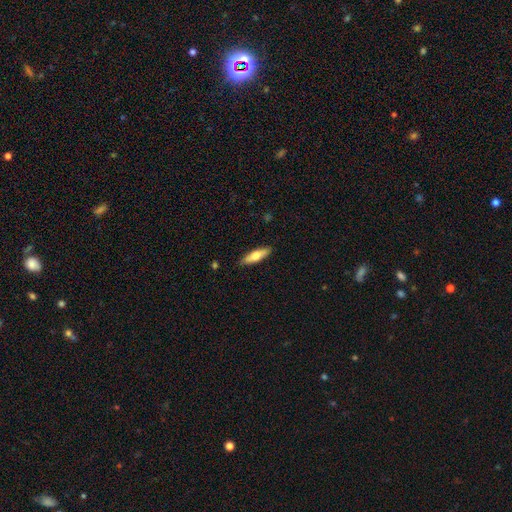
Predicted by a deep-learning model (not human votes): A smooth galaxy with no disk features (65%) that is cigar-shaped (62%). Merging: none (88%).